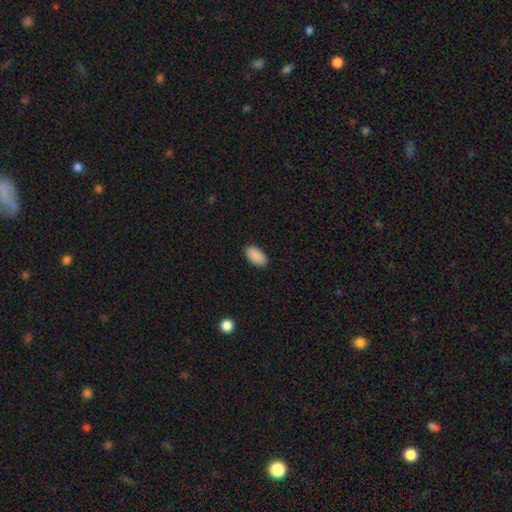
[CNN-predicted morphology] smooth_or_featured: smooth (p=0.91) [alt: star or artifact p=0.07]
how_rounded: in between (p=0.95) [alt: round p=0.03]
merging: none (p=0.89) [alt: minor disturbance p=0.08]